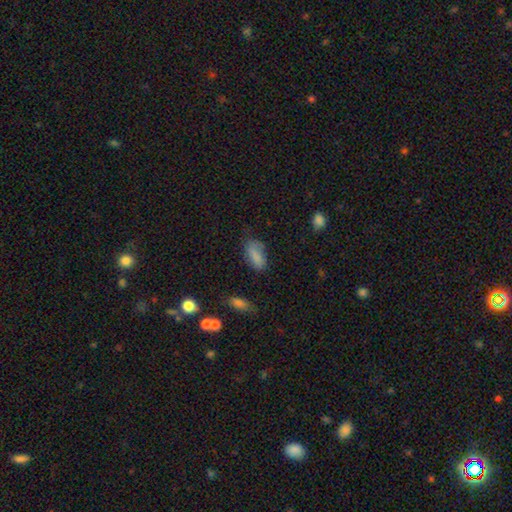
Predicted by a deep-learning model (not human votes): Smooth or featured?
  - smooth: 83% *
  - star or artifact: 9%
  - featured or disk: 8%
How rounded?
  - in between: 88% *
  - cigar-shaped: 8%
  - round: 3%
Merging?
  - none: 61% *
  - minor disturbance: 27%
  - major disturbance: 9%
  - merger: 3%